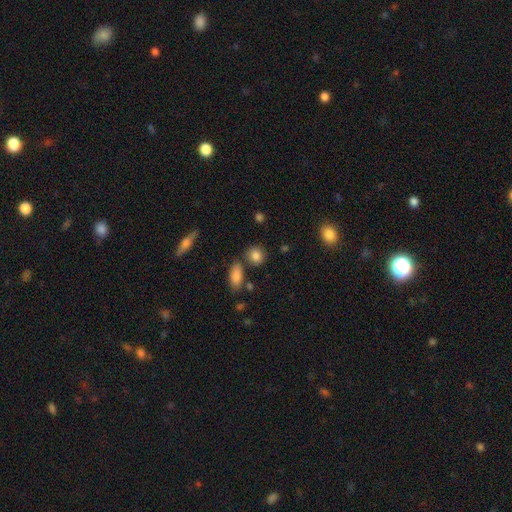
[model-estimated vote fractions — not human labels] This is clearly a smooth galaxy (84%). How rounded: likely round (69%). Merging: likely none (75%).